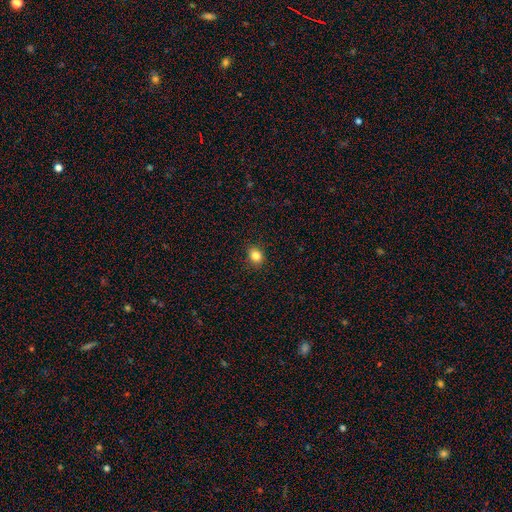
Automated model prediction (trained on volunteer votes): smooth 84%, star or artifact 11%, featured or disk 5%. Down the decision tree: how rounded — round (57%); merging — none (89%).